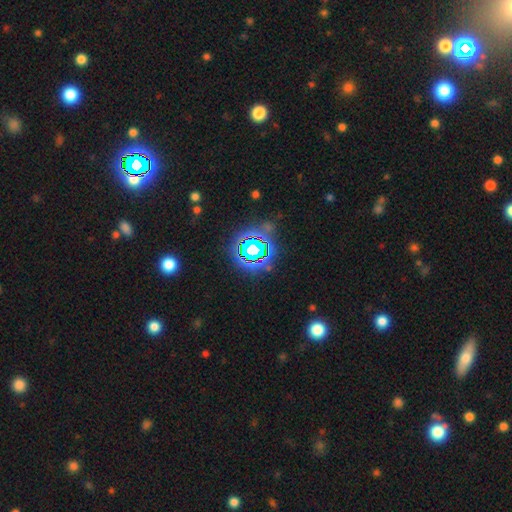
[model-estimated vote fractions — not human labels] A star or artifact, not a galaxy (81%).